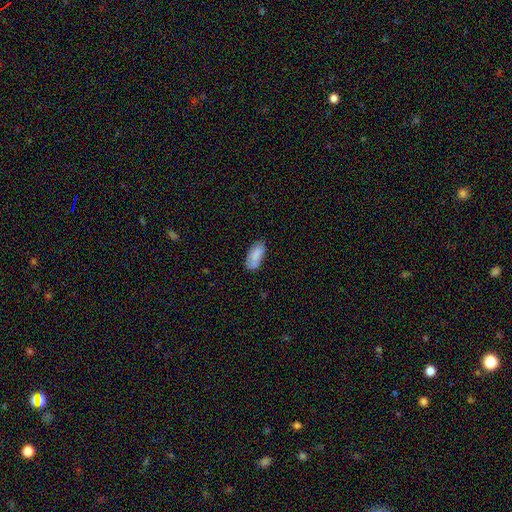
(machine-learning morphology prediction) The model was most divided on "merging": none: 71%, minor disturbance: 21%, major disturbance: 5%, merger: 3%. More confident: how rounded — in between (90%); smooth or featured — smooth (83%).